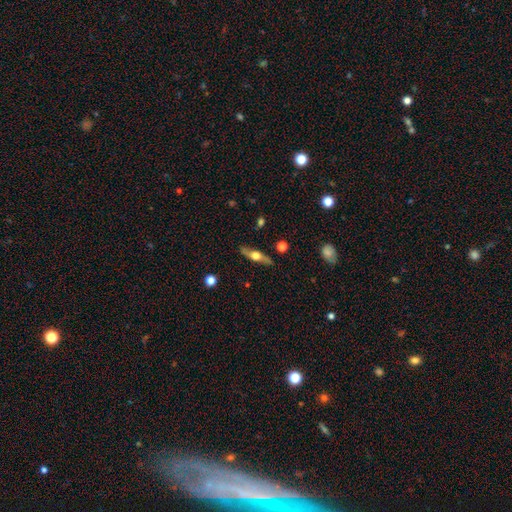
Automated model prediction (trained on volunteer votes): featured or disk 60%, smooth 35%, star or artifact 6%. Down the decision tree: edge-on disk — yes (88%); edge-on bulge — rounded (94%); merging — none (85%).